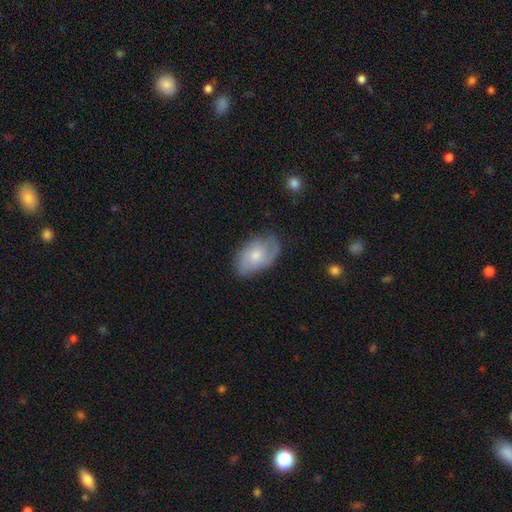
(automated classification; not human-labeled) This is possibly a smooth galaxy (50%). Merging: likely none (68%).